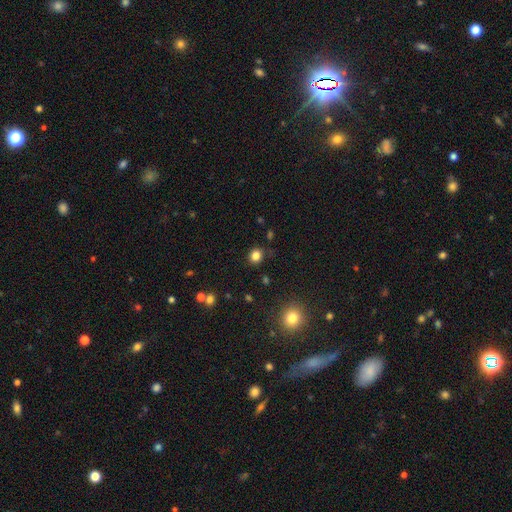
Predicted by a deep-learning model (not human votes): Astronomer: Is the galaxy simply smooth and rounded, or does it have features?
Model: smooth — 83%.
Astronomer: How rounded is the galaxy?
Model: round — 81%.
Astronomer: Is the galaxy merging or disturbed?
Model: none — 86%.